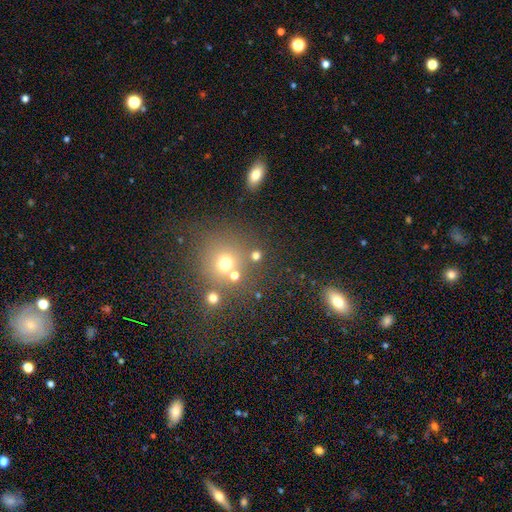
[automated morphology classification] This is likely a smooth galaxy (66%). How rounded: clearly round (89%). Merging: likely none (72%).